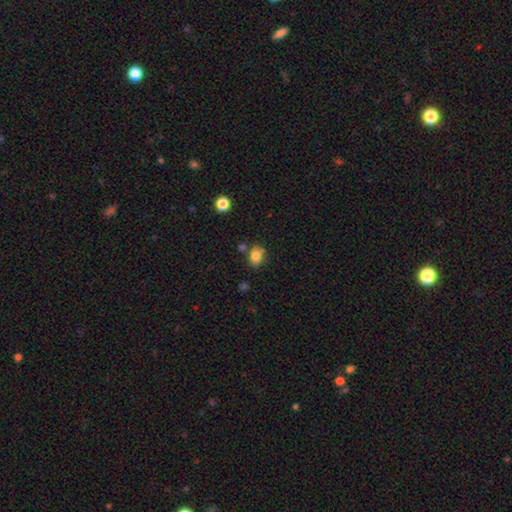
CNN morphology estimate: This is clearly a smooth galaxy (82%). How rounded: likely in between (63%). Merging: likely none (67%).